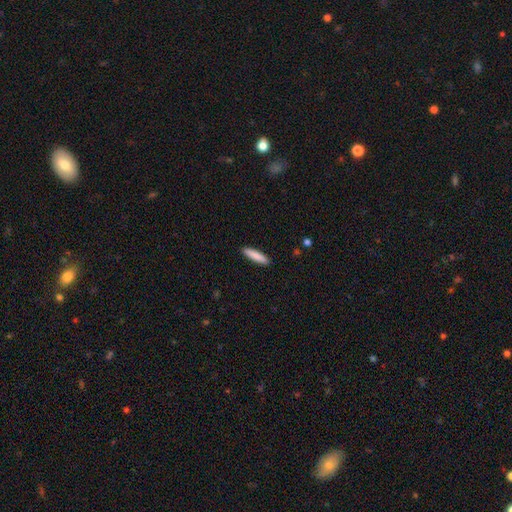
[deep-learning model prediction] smooth 87%, featured or disk 8%, star or artifact 5%. Down the decision tree: how rounded — cigar-shaped (83%); merging — none (91%).